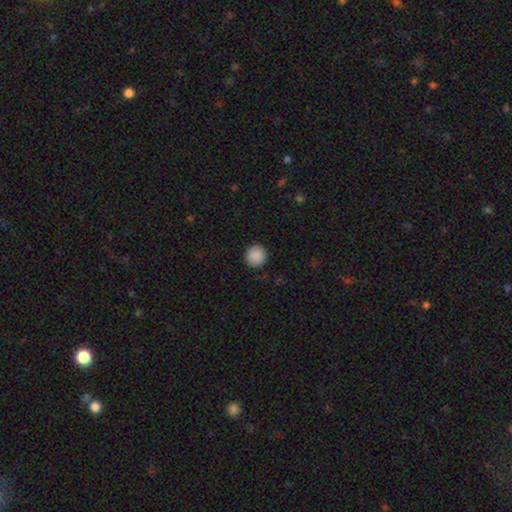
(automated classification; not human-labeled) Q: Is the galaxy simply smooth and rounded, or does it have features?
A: smooth — 90%.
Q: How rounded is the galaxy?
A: round — 95%.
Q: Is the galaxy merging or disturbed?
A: none — 92%.